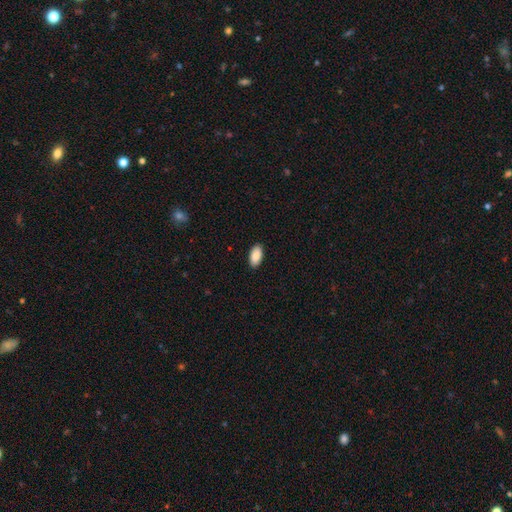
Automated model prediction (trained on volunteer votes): Smooth or featured? smooth (89%)
How rounded? in between (95%)
Merging? none (90%)